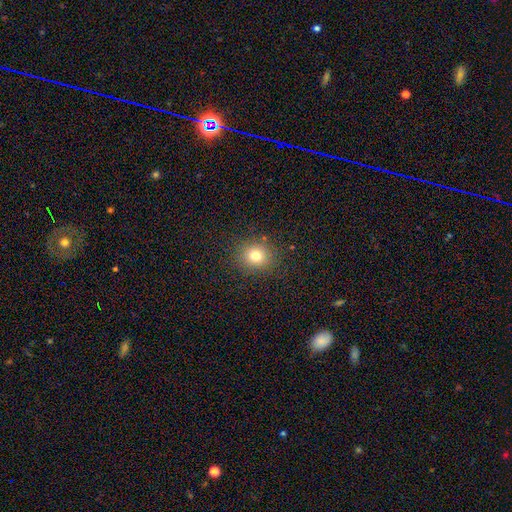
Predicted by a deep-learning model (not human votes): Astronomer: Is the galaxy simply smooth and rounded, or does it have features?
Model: smooth — 78%.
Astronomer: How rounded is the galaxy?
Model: round — 77%.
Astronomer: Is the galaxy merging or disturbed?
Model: none — 87%.